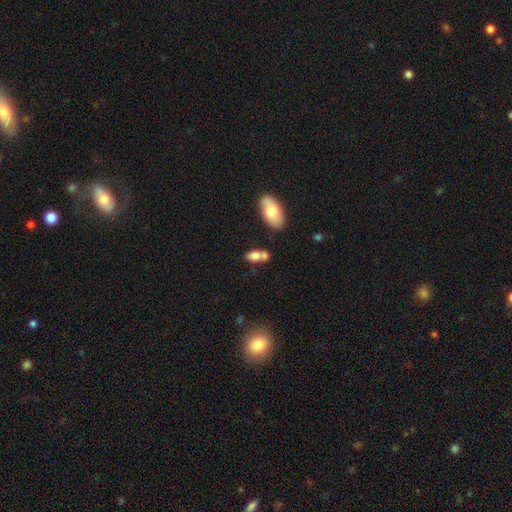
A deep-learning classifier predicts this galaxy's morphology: Overall: smooth (79%). How rounded: in between (84%). Merging: none (41%; merger 38%).